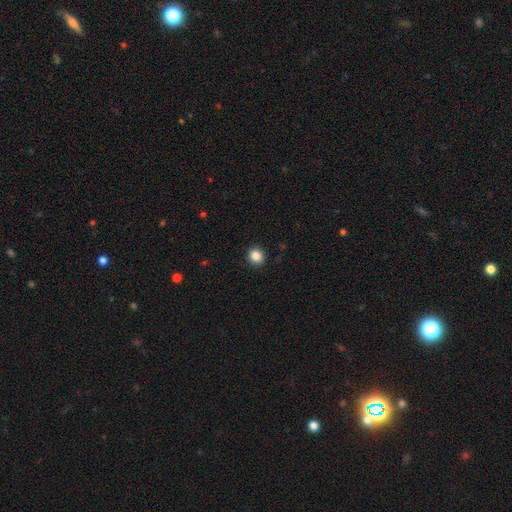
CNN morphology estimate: smooth 86%, star or artifact 10%, featured or disk 4%. Down the decision tree: how rounded — round (83%); merging — none (92%).